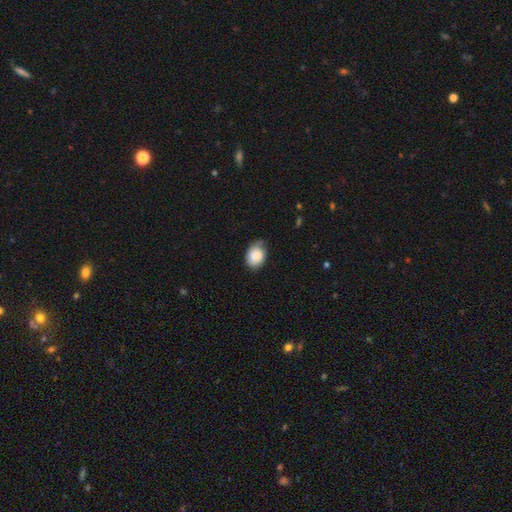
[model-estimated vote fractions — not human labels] smooth 78%, featured or disk 14%, star or artifact 7%. Down the decision tree: how rounded — in between (64%); merging — none (50%).